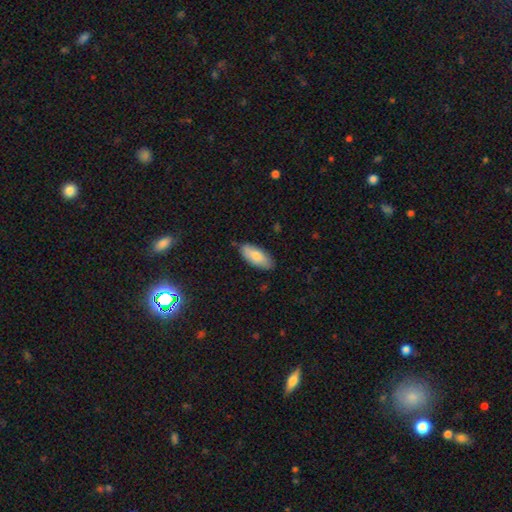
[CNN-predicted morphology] A smooth galaxy with no disk features (81%) that is in between round and cigar-shaped (86%).

Vote fractions:
- Smooth or featured? smooth: 81% / featured or disk: 14% / star or artifact: 6%
- How rounded? in between: 86% / cigar-shaped: 12% / round: 2%
- Merging? none: 82% / minor disturbance: 15% / major disturbance: 2% / merger: 1%